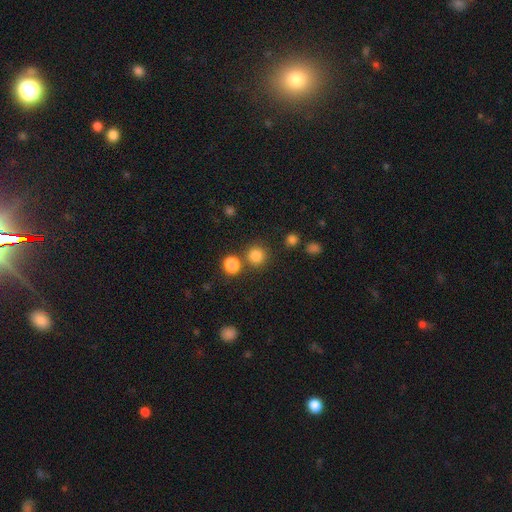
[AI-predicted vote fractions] smooth 81%, star or artifact 14%, featured or disk 5%. Down the decision tree: how rounded — round (92%); merging — none (78%).